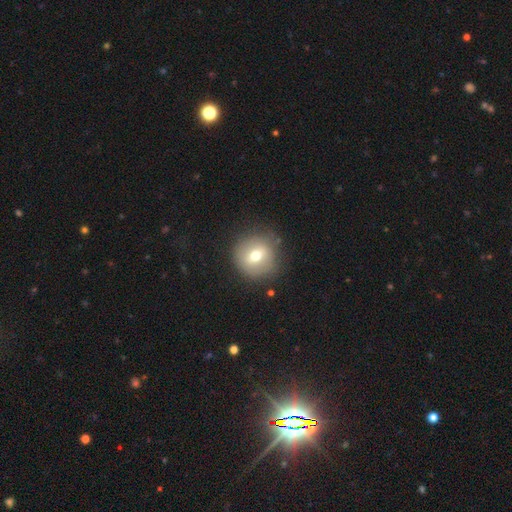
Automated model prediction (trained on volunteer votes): This appears to be a smooth galaxy with no disk features (61%) that is round (92%). Merging: none (82%).